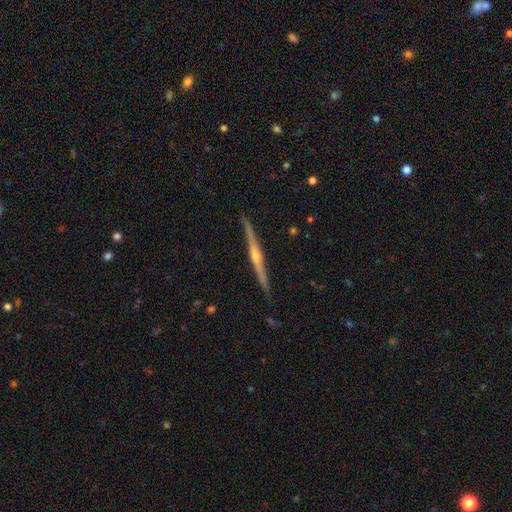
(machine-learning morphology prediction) The model was most divided on "smooth or featured": featured or disk: 85%, smooth: 10%, star or artifact: 5%. More confident: edge-on disk — yes (98%); merging — none (91%); edge-on bulge — rounded (86%).